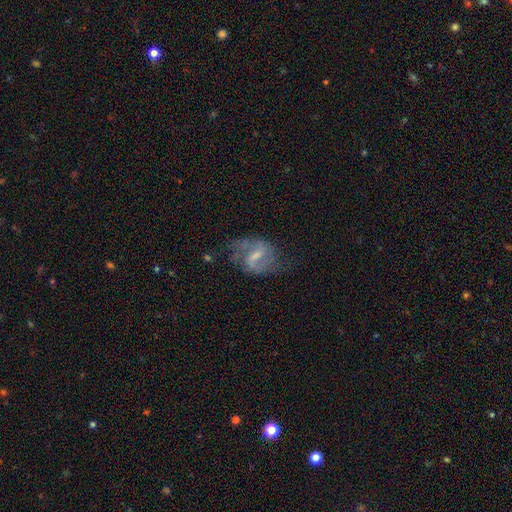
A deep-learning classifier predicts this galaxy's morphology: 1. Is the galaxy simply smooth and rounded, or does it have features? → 78% featured or disk, 14% smooth, 8% star or artifact.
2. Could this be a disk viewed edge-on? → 96% no, 4% yes.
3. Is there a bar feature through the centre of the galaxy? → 52% weak, 34% strong, 14% no.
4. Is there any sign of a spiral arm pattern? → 89% yes, 11% no.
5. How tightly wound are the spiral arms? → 46% medium, 42% loose, 13% tight.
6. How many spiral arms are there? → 86% 2, 7% can't tell, 3% 1, 1% 3, 1% 4, 1% more than 4.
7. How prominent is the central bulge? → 48% small, 30% moderate, 18% none, 3% large, 1% dominant.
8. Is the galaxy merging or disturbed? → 65% none, 20% minor disturbance, 13% major disturbance, 2% merger.